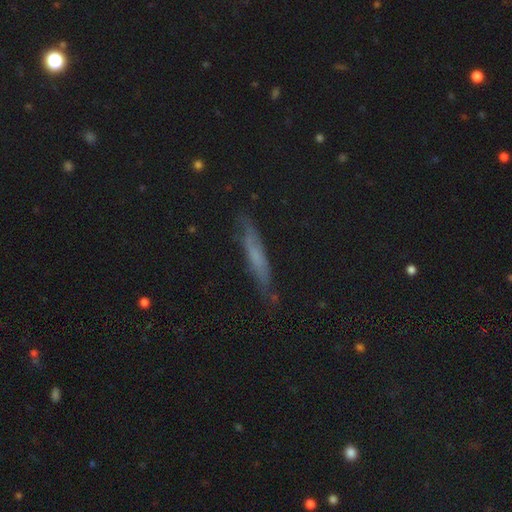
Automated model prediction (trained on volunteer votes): Smooth or featured? Predicted: smooth (p=0.45). Merging? Predicted: none (p=0.77).